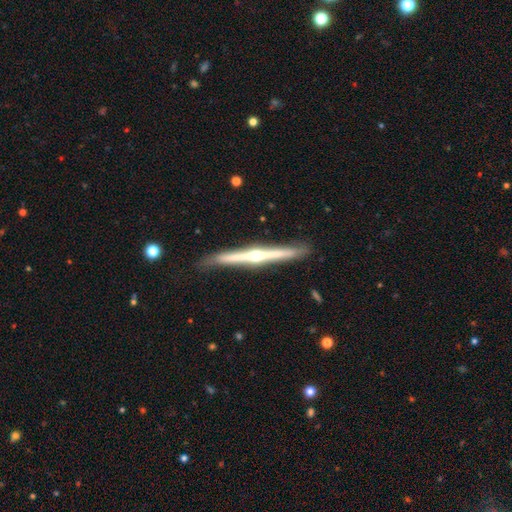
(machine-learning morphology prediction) smooth-or-featured: featured or disk: 82% | smooth: 14% | star or artifact: 4%
  disk-edge-on: yes: 98% | no: 2%
    edge-on-bulge: rounded: 90% | none: 7% | boxy: 3%
  merging: none: 88% | minor disturbance: 9% | major disturbance: 2% | merger: 1%